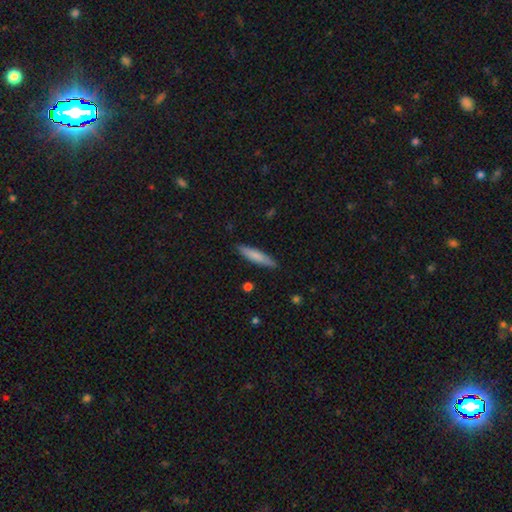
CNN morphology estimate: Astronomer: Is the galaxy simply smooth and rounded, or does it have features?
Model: smooth — 76%.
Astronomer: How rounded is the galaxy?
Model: cigar-shaped — 86%.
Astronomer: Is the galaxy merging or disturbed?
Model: none — 88%.